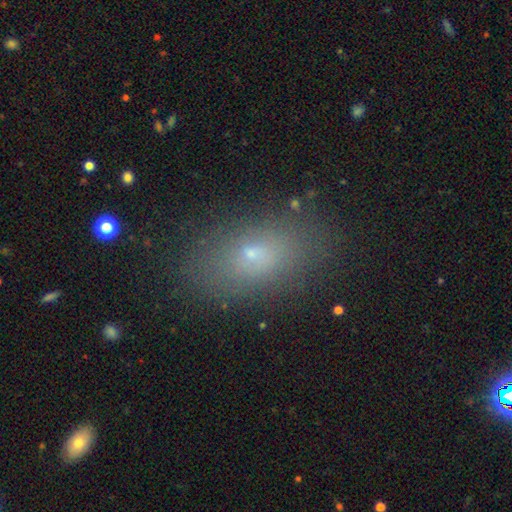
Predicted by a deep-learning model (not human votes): This is likely a smooth galaxy (67%). How rounded: clearly in between (83%). Merging: clearly none (84%).